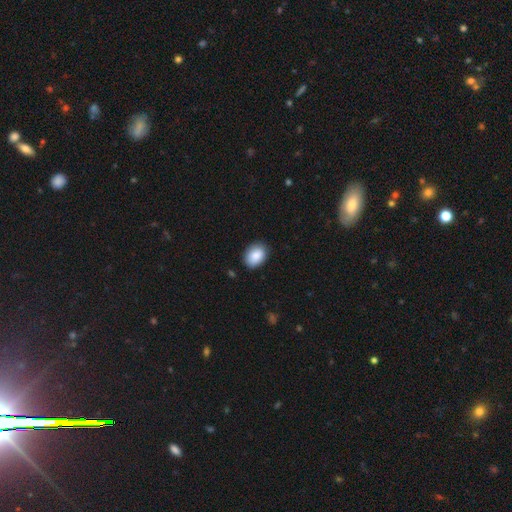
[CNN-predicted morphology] Smooth or featured: smooth — 88% (star or artifact — 7%)
How rounded: in between — 75% (round — 24%)
Merging: none — 85% (minor disturbance — 11%)